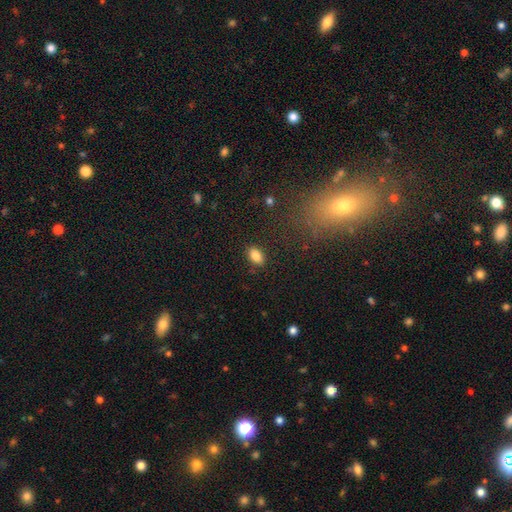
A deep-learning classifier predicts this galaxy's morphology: This appears to be a smooth galaxy with no disk features (85%) that is in between round and cigar-shaped (90%). Merging: none (88%).